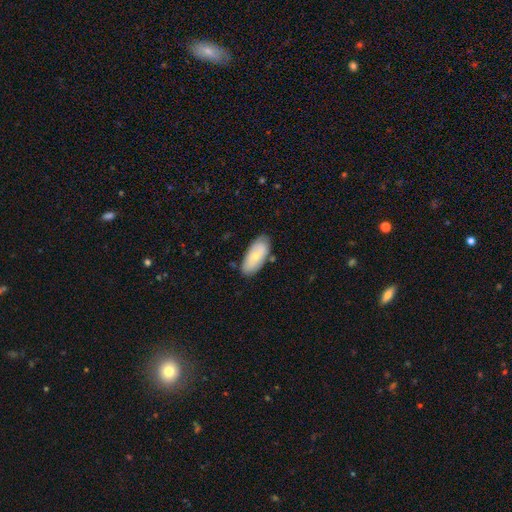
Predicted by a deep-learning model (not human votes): Overall: smooth (69%). How rounded: in between (90%). Merging: none (74%).